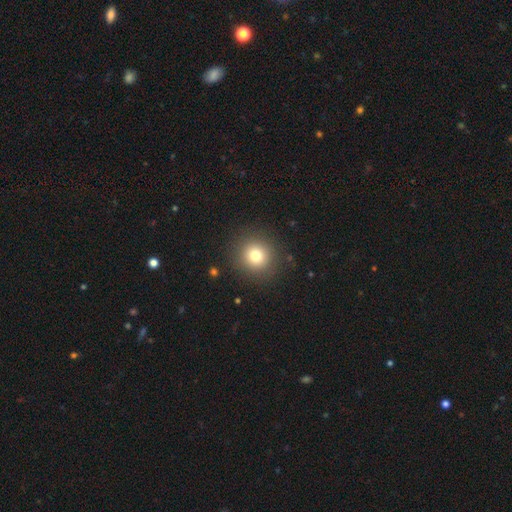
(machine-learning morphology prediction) smooth 78%, star or artifact 13%, featured or disk 9%. Down the decision tree: how rounded — round (92%); merging — none (89%).